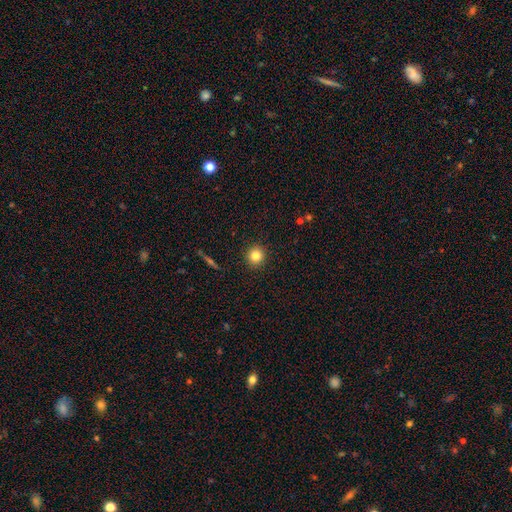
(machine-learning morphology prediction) Q: Smooth or featured?
A: smooth (82%); runner-up: star or artifact (11%)
Q: How rounded?
A: round (95%); runner-up: in between (4%)
Q: Merging?
A: none (92%); runner-up: minor disturbance (5%)